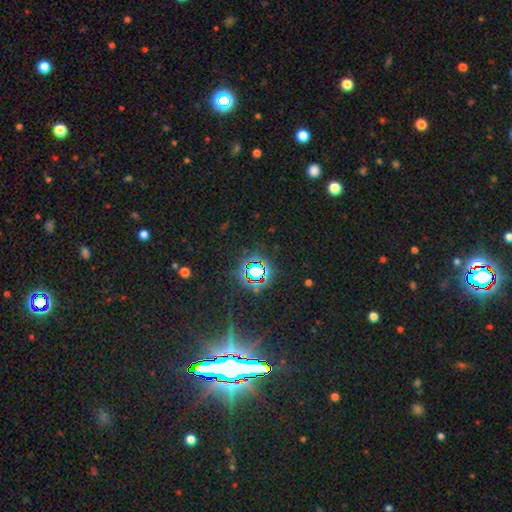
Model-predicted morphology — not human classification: smooth_or_featured: star or artifact (p=0.84) [alt: smooth p=0.09]